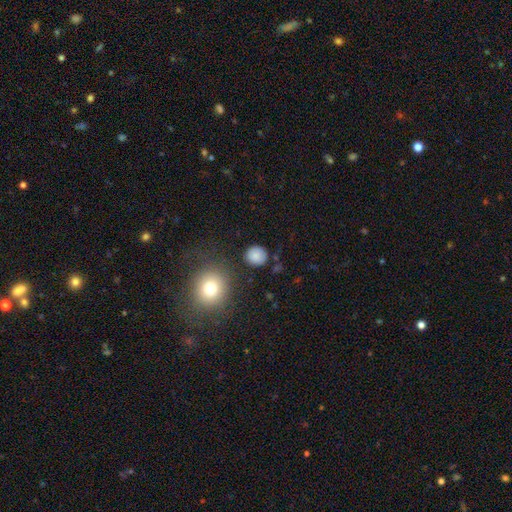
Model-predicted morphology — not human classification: type=smooth (84%); roundness=round (88%); merging=none (85%).